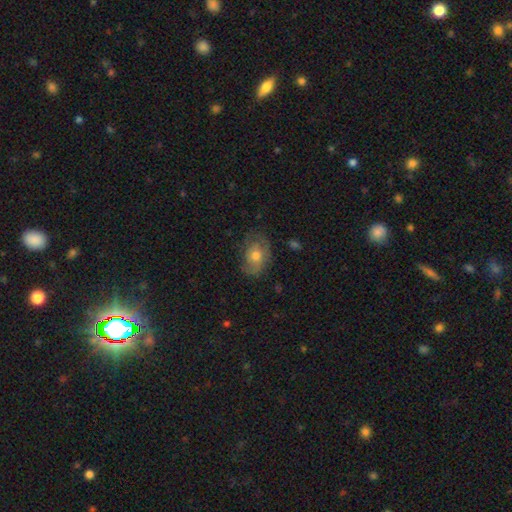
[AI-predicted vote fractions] Smooth or featured: smooth — 51% (featured or disk — 40%)
How rounded: in between — 74% (round — 25%)
Merging: none — 64% (minor disturbance — 25%)